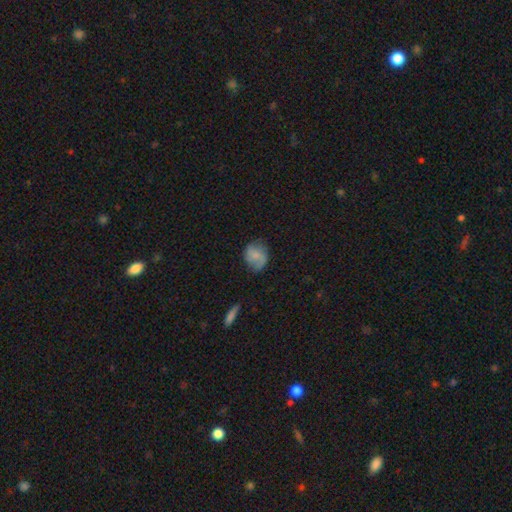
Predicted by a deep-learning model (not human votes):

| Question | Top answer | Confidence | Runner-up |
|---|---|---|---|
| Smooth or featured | smooth | 65% | featured or disk (27%) |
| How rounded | round | 61% | in between (38%) |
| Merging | none | 65% | minor disturbance (26%) |